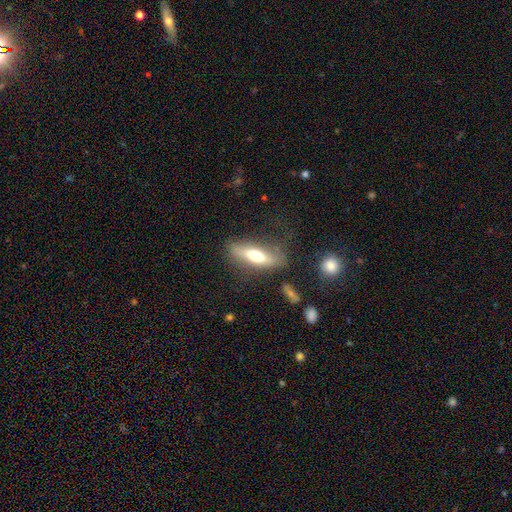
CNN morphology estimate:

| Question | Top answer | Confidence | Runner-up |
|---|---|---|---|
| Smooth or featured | smooth | 55% | featured or disk (38%) |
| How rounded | cigar-shaped | 55% | in between (43%) |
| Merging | none | 70% | minor disturbance (18%) |